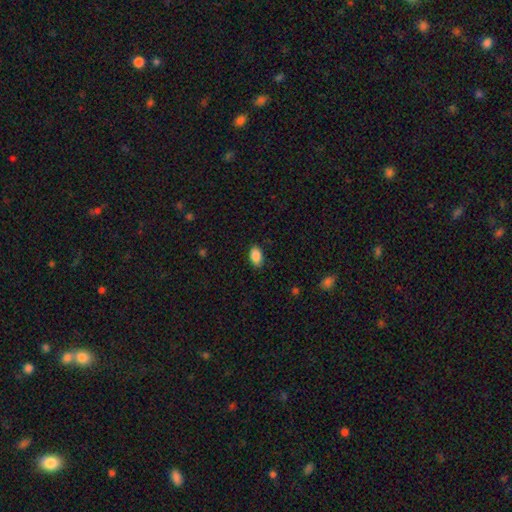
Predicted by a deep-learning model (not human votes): The model was most divided on "merging": none: 86%, minor disturbance: 10%, major disturbance: 2%, merger: 1%. More confident: how rounded — in between (91%); smooth or featured — smooth (89%).